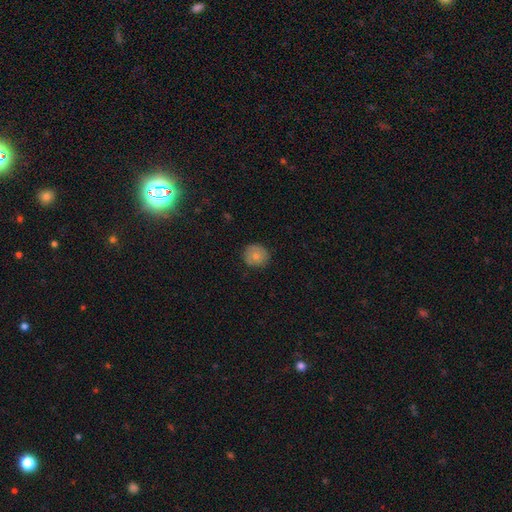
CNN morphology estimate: Smooth or featured?
  - smooth: 77% *
  - featured or disk: 14%
  - star or artifact: 9%
How rounded?
  - round: 89% *
  - in between: 10%
  - cigar-shaped: 1%
Merging?
  - none: 83% *
  - minor disturbance: 14%
  - major disturbance: 2%
  - merger: 1%